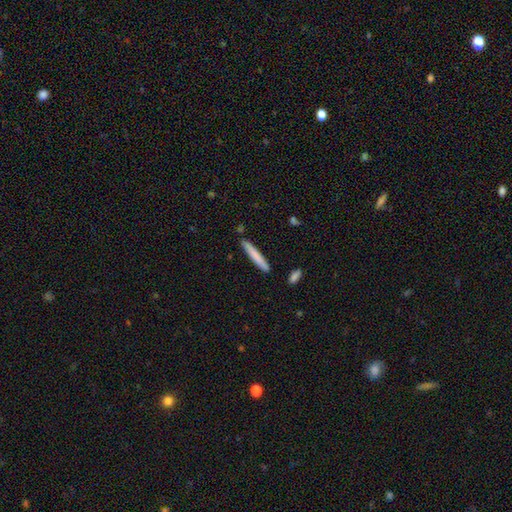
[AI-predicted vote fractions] smooth_or_featured: smooth (p=0.76) [alt: featured or disk p=0.19]
how_rounded: cigar-shaped (p=0.95) [alt: in between p=0.03]
merging: none (p=0.87) [alt: minor disturbance p=0.08]